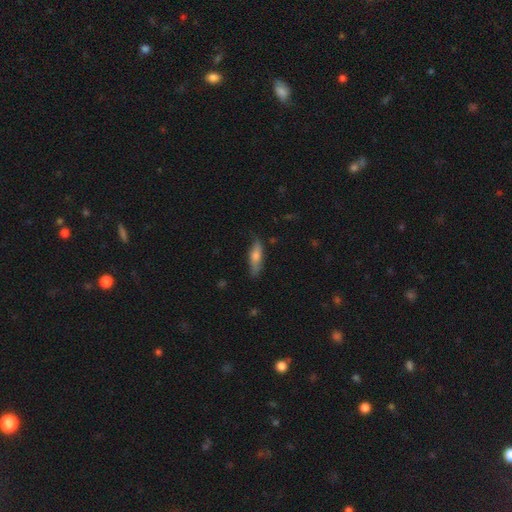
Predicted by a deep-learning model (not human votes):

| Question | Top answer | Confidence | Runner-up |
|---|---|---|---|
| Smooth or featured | smooth | 64% | featured or disk (29%) |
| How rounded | cigar-shaped | 62% | in between (36%) |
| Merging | none | 75% | minor disturbance (20%) |